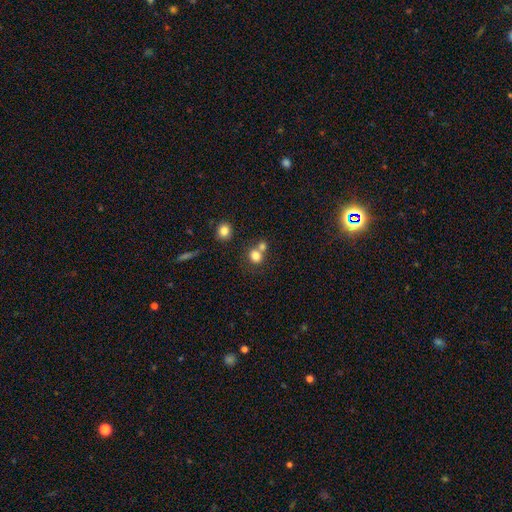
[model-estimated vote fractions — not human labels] Morphology: type=smooth (79%); roundness=round (75%); merging=none (46%).